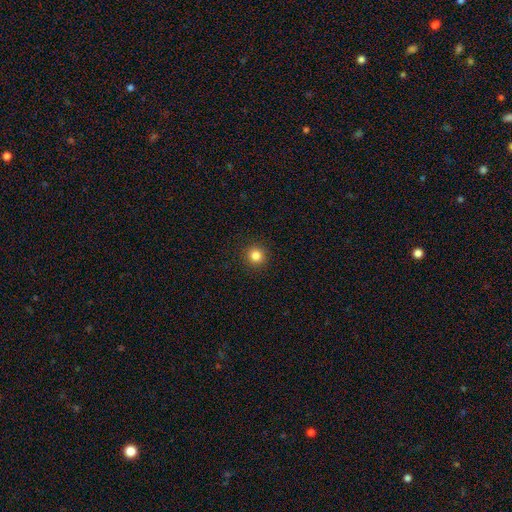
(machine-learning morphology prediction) smooth_or_featured: smooth (p=0.84) [alt: star or artifact p=0.12]
how_rounded: round (p=0.95) [alt: in between p=0.04]
merging: none (p=0.93) [alt: minor disturbance p=0.05]